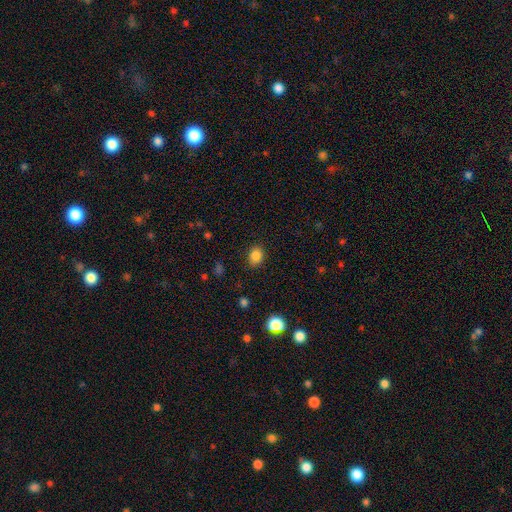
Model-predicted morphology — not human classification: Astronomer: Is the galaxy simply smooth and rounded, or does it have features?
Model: smooth — 85%.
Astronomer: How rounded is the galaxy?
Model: in between — 52% (runner-up: round, 47%).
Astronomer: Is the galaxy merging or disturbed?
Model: none — 86%.